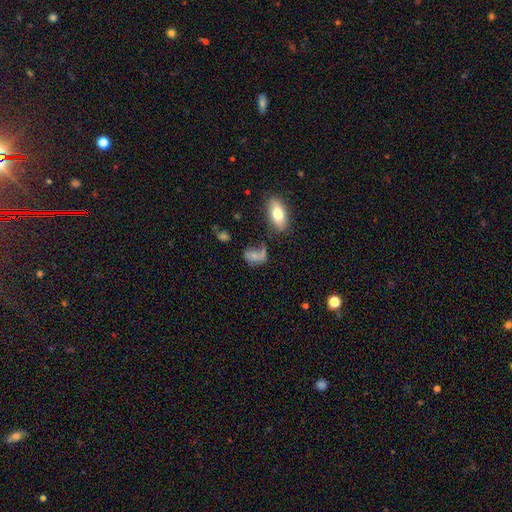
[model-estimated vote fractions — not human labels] Smooth or featured?
  - smooth: 63% *
  - featured or disk: 23%
  - star or artifact: 15%
How rounded?
  - in between: 77% *
  - round: 18%
  - cigar-shaped: 4%
Merging?
  - none: 40% *
  - minor disturbance: 22%
  - merger: 20%
  - major disturbance: 19%